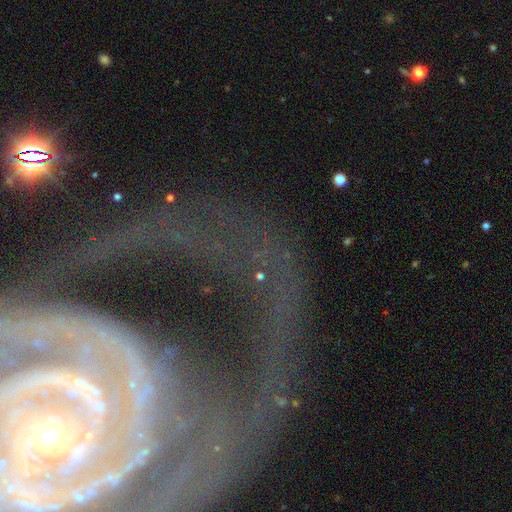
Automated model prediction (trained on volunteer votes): Q: Smooth or featured?
A: featured or disk (78%); runner-up: star or artifact (12%)
Q: Edge-on disk?
A: no (92%); runner-up: yes (8%)
Q: Bar?
A: strong (44%); runner-up: no (29%)
Q: Spiral arms?
A: yes (86%); runner-up: no (14%)
Q: Spiral winding?
A: tight (47%); runner-up: medium (36%)
Q: Spiral arm count?
A: 2 (50%); runner-up: can't tell (17%)
Q: Bulge size?
A: small (56%); runner-up: moderate (27%)
Q: Merging?
A: none (55%); runner-up: major disturbance (24%)